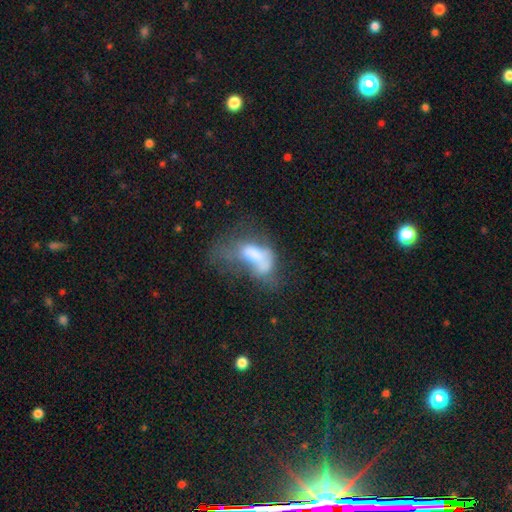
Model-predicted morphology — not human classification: This appears to be a smooth galaxy with no disk features (50%). Merging: major disturbance (38%).